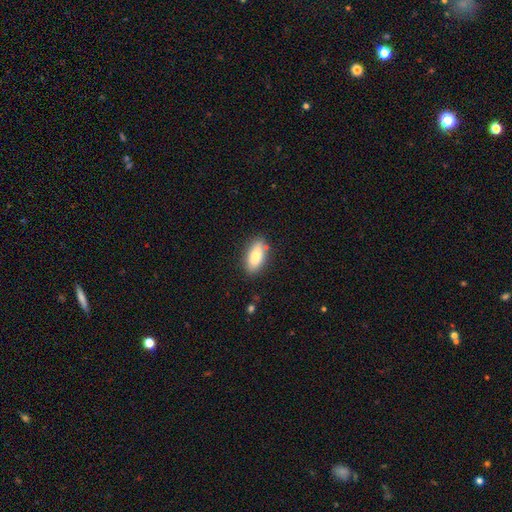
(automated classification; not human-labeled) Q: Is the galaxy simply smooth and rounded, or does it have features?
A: smooth — 79%.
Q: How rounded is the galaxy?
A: in between — 86%.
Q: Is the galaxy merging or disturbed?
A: none — 83%.